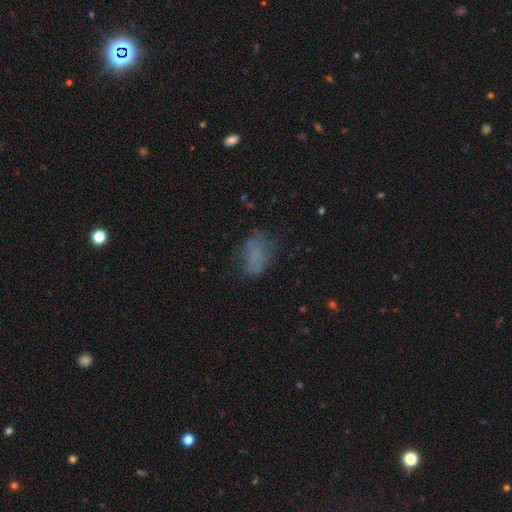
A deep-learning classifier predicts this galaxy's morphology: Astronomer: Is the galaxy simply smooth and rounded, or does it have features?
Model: smooth — 66%.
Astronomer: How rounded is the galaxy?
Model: in between — 87%.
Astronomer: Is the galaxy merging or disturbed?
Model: none — 56%.